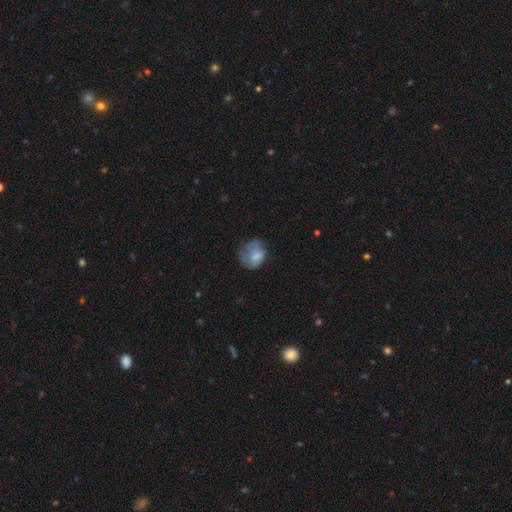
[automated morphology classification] type=smooth (63%); roundness=round (59%); merging=none (40%).